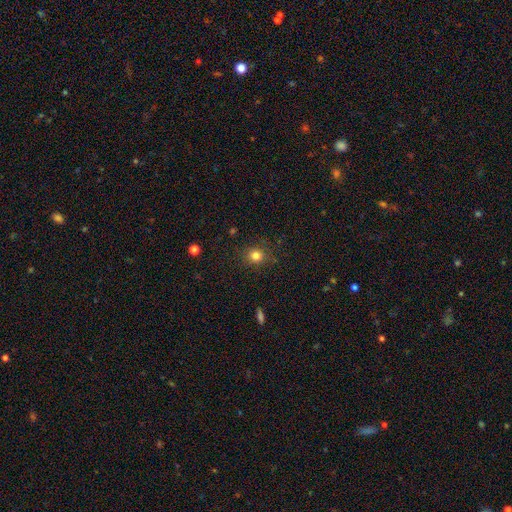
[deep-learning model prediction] A smooth galaxy with no disk features (81%) that is round (84%).

Vote fractions:
- Smooth or featured? smooth: 81% / star or artifact: 13% / featured or disk: 6%
- How rounded? round: 84% / in between: 15% / cigar-shaped: 1%
- Merging? none: 86% / minor disturbance: 10% / major disturbance: 3% / merger: 1%